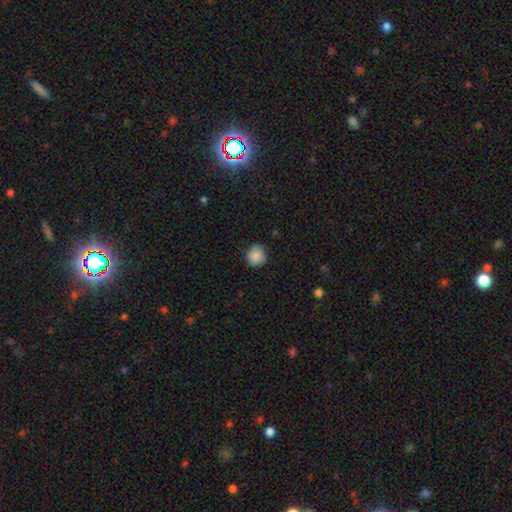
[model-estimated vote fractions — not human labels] Smooth or featured: smooth — 87% (star or artifact — 9%)
How rounded: round — 92% (in between — 7%)
Merging: none — 83% (minor disturbance — 13%)